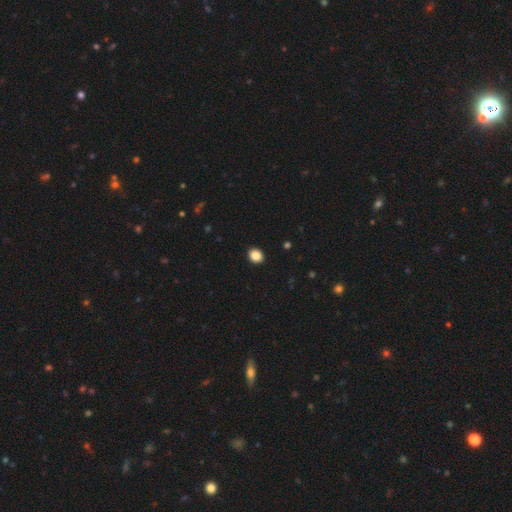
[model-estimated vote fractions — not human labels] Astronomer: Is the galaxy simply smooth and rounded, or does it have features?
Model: smooth — 87%.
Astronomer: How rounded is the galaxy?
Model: round — 62%.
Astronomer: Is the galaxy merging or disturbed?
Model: none — 92%.